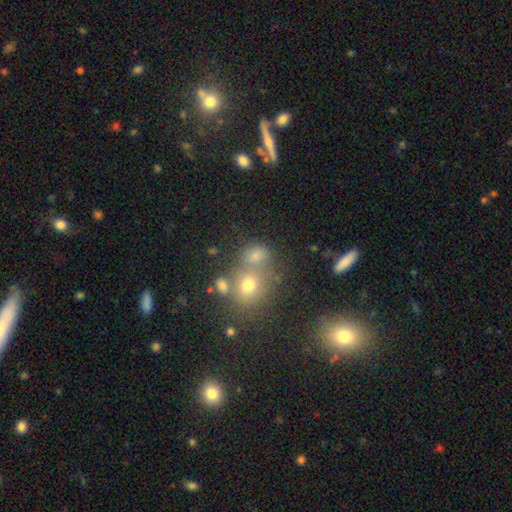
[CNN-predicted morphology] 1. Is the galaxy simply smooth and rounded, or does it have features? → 67% smooth, 20% star or artifact, 13% featured or disk.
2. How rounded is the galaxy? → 52% round, 47% in between, 2% cigar-shaped.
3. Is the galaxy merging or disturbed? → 41% none, 40% merger, 12% minor disturbance, 7% major disturbance.